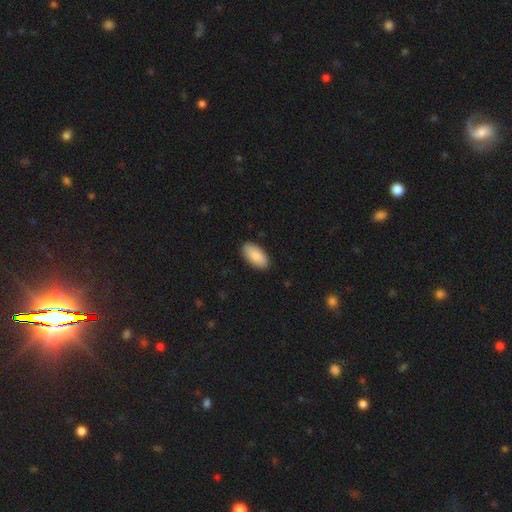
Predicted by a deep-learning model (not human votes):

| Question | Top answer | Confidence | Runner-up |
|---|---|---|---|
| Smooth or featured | smooth | 87% | featured or disk (7%) |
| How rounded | in between | 93% | cigar-shaped (5%) |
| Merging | none | 89% | minor disturbance (8%) |